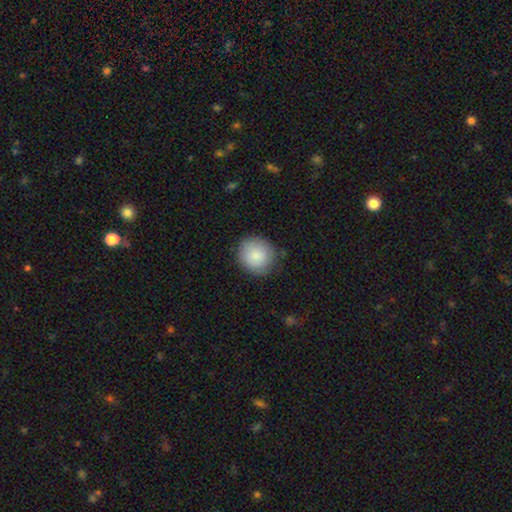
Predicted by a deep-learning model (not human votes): Smooth or featured?
  - smooth: 85% *
  - featured or disk: 9%
  - star or artifact: 6%
How rounded?
  - round: 88% *
  - in between: 11%
  - cigar-shaped: 1%
Merging?
  - none: 81% *
  - minor disturbance: 15%
  - major disturbance: 3%
  - merger: 1%